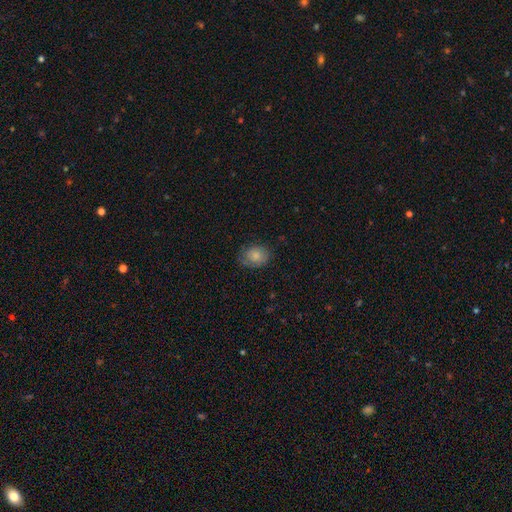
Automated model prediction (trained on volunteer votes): smooth 81%, featured or disk 11%, star or artifact 8%. Down the decision tree: how rounded — in between (50%); merging — none (73%).